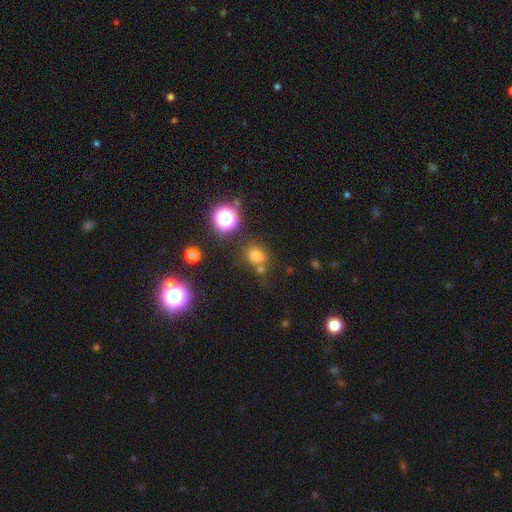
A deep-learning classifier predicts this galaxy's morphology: Smooth or featured: smooth — 68% (star or artifact — 23%)
How rounded: round — 69% (in between — 30%)
Merging: none — 63% (merger — 18%)